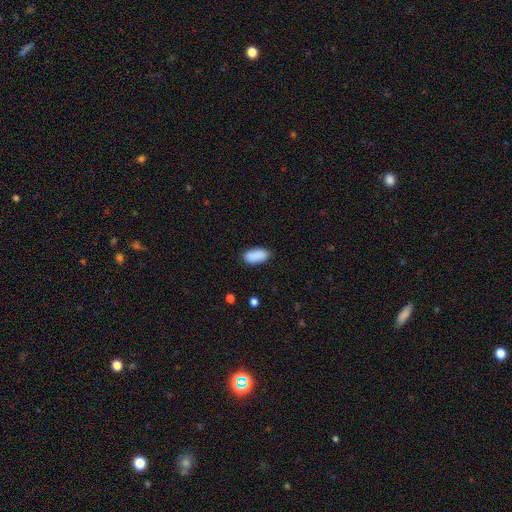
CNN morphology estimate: smooth 90%, star or artifact 7%, featured or disk 3%. Down the decision tree: how rounded — in between (93%); merging — none (86%).